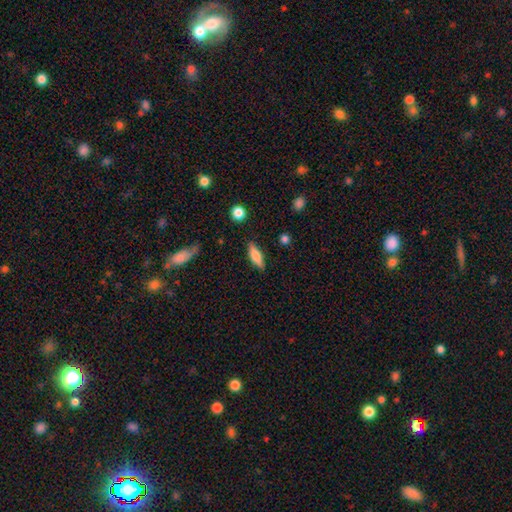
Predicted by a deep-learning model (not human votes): Morphology: type=smooth (67%); roundness=cigar-shaped (50%); merging=none (84%).